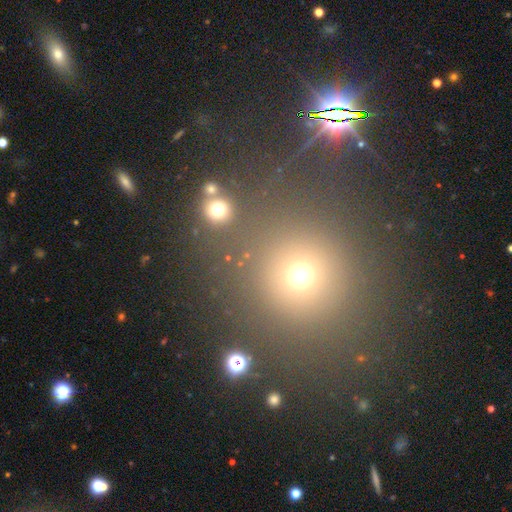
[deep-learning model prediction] smooth_or_featured: smooth (p=0.53) [alt: star or artifact p=0.38]
how_rounded: round (p=0.91) [alt: in between p=0.08]
merging: none (p=0.83) [alt: minor disturbance p=0.08]